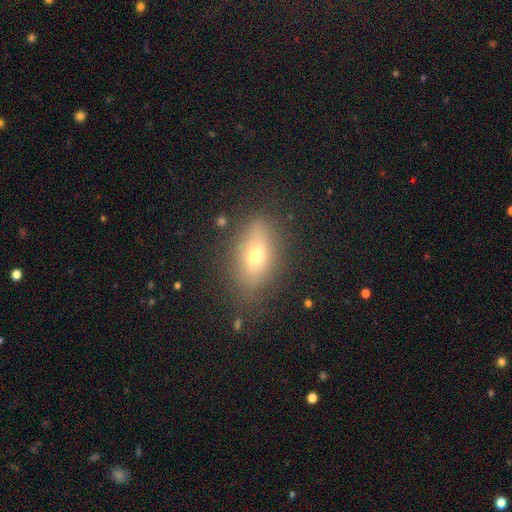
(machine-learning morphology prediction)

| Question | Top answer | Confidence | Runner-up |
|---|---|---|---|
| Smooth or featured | smooth | 59% | featured or disk (27%) |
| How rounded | in between | 76% | cigar-shaped (15%) |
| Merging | none | 79% | minor disturbance (14%) |